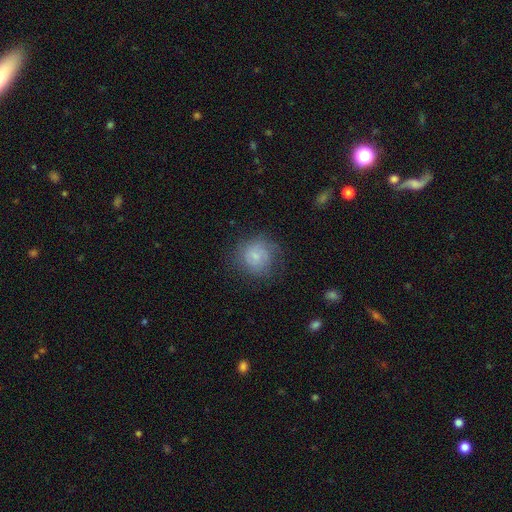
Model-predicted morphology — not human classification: smooth-or-featured: smooth: 59% | featured or disk: 32% | star or artifact: 9%
  how-rounded: round: 87% | in between: 12% | cigar-shaped: 1%
  merging: none: 67% | minor disturbance: 20% | major disturbance: 12% | merger: 1%